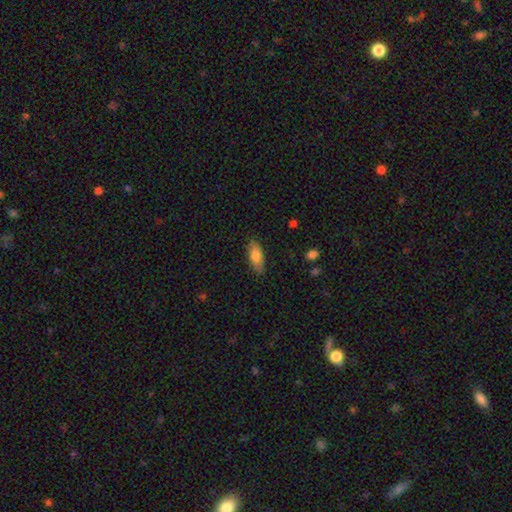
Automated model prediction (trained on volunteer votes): The model was most divided on "how rounded": in between: 76%, cigar-shaped: 22%, round: 2%. More confident: merging — none (84%); smooth or featured — smooth (80%).